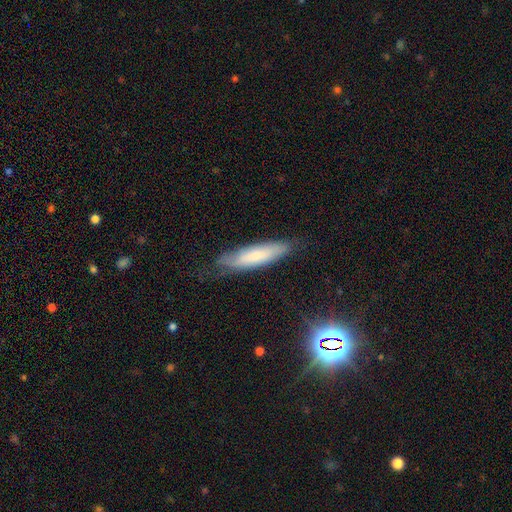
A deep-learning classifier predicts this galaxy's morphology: A smooth galaxy with no disk features (63%) that is cigar-shaped (68%). Merging: none (69%).